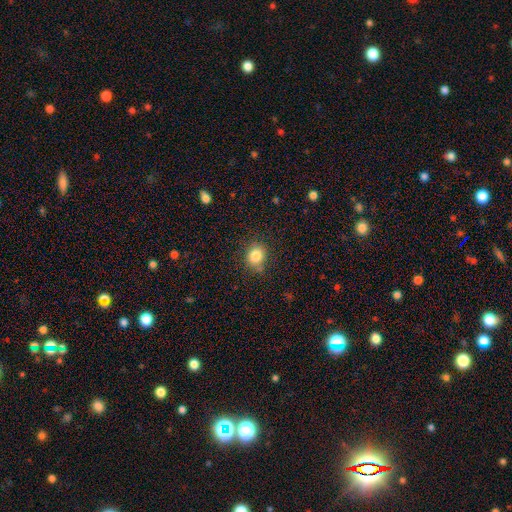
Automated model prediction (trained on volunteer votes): Overall: smooth (84%). How rounded: round (68%; in between 31%). Merging: none (77%).